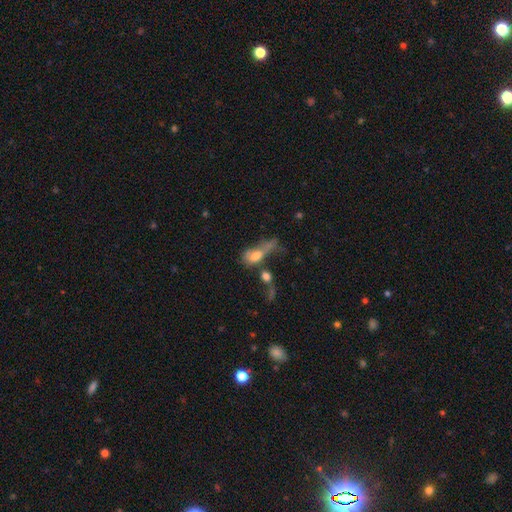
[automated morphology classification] Smooth or featured? smooth (62%)
How rounded? in between (73%)
Merging? merger (39%)